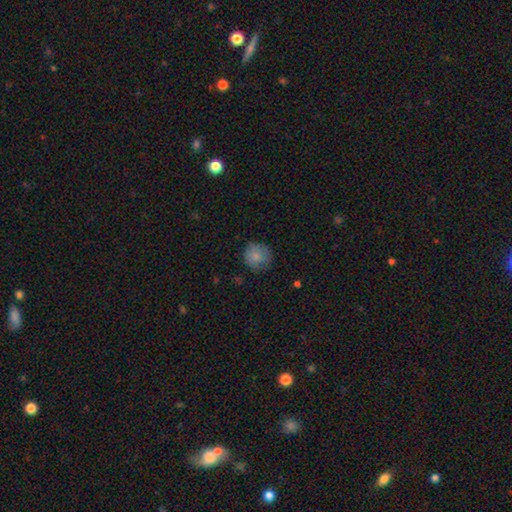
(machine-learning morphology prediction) Smooth or featured: smooth — 82% (featured or disk — 10%)
How rounded: round — 90% (in between — 9%)
Merging: none — 76% (minor disturbance — 18%)